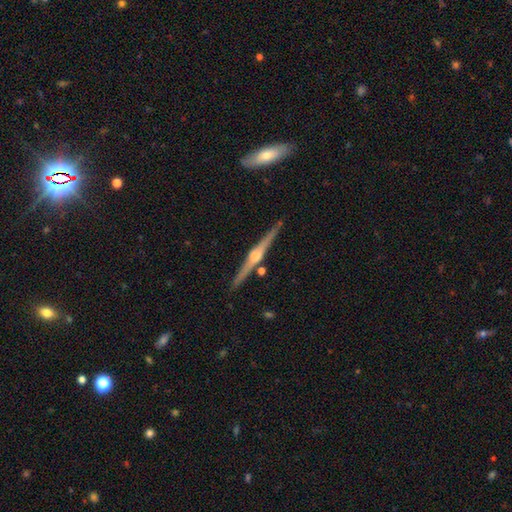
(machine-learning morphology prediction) A featured or disk galaxy (85%) viewed edge-on (98%) with a rounded central bulge (90%). Merging: none (88%).